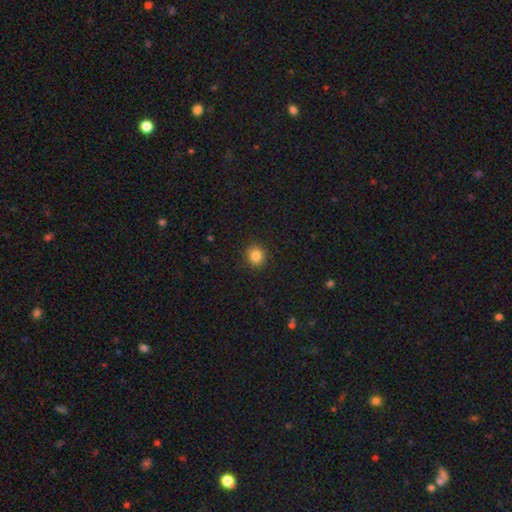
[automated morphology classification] Smooth or featured: smooth — 84% (star or artifact — 11%)
How rounded: round — 85% (in between — 14%)
Merging: none — 90% (minor disturbance — 7%)